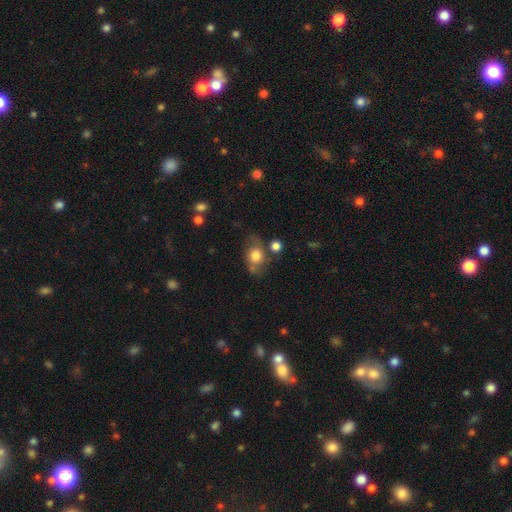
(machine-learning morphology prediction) This appears to be a smooth galaxy with no disk features (65%) that is in between round and cigar-shaped (52%). Merging: none (58%).